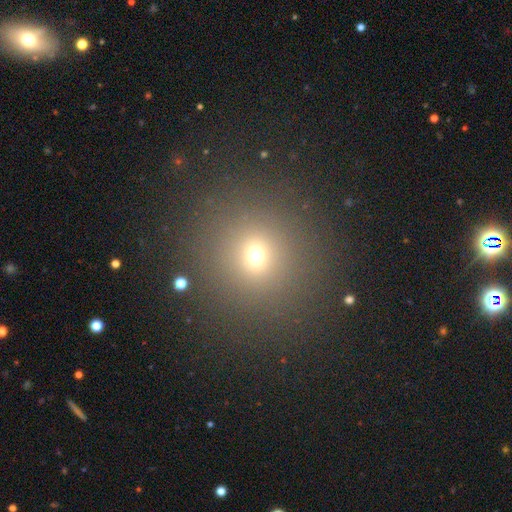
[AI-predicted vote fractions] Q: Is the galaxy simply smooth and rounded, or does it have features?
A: smooth — 67%.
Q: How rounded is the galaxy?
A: round — 87%.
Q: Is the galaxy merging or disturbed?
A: none — 86%.